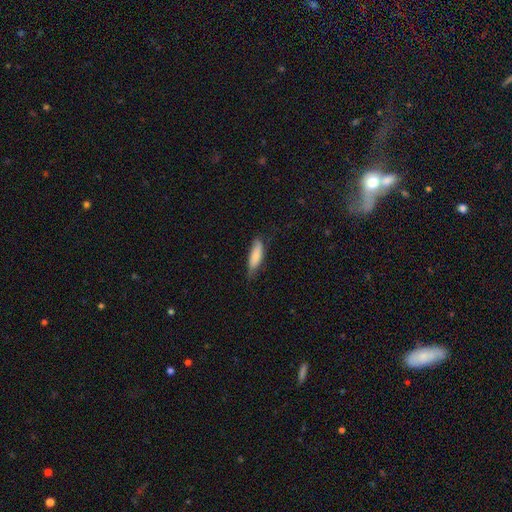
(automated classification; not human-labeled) A smooth galaxy with no disk features (79%) that is in between round and cigar-shaped (52%).

Vote fractions:
- Smooth or featured? smooth: 79% / featured or disk: 15% / star or artifact: 6%
- How rounded? in between: 52% / cigar-shaped: 46% / round: 2%
- Merging? none: 60% / minor disturbance: 31% / major disturbance: 7% / merger: 2%